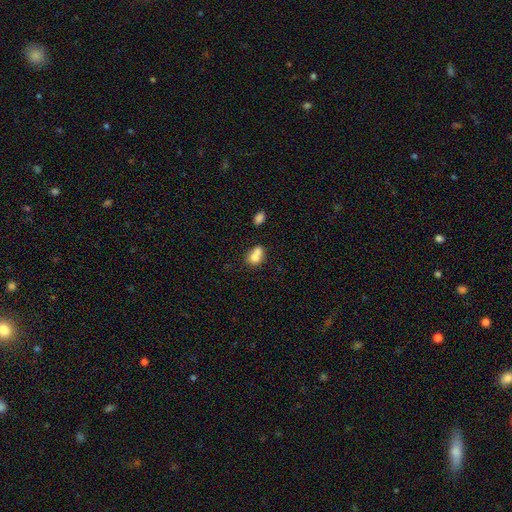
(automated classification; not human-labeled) A smooth galaxy with no disk features (73%) that is in between round and cigar-shaped (51%).

Vote fractions:
- Smooth or featured? smooth: 73% / featured or disk: 17% / star or artifact: 10%
- How rounded? in between: 51% / round: 48% / cigar-shaped: 1%
- Merging? merger: 59% / none: 27% / minor disturbance: 10% / major disturbance: 4%